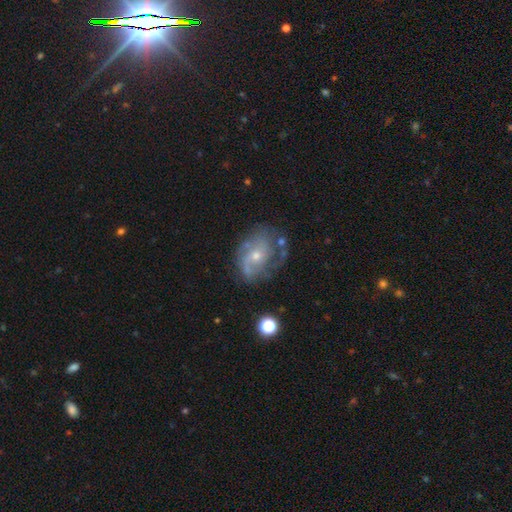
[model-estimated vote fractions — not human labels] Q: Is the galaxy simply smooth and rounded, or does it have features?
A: featured or disk — 78%.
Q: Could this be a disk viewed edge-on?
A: no — 97%.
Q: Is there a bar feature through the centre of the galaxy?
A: no — 68%.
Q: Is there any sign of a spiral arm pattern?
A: yes — 90%.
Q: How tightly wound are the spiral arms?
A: medium — 43%.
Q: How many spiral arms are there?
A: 2 — 46%.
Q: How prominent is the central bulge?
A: small — 59%.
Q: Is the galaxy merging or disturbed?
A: none — 59%.